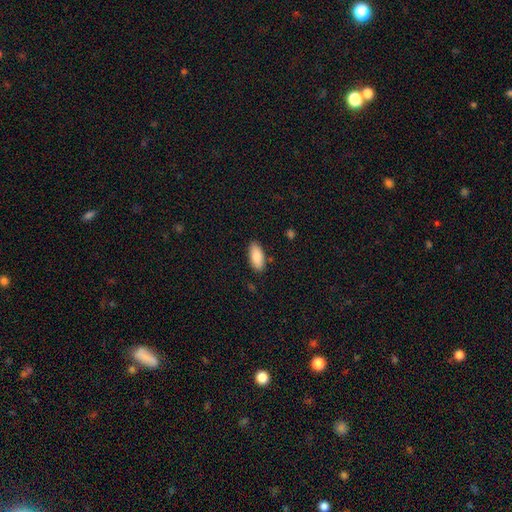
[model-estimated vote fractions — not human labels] The model was most divided on "merging": none: 86%, minor disturbance: 11%, major disturbance: 2%, merger: 2%. More confident: how rounded — in between (89%); smooth or featured — smooth (87%).